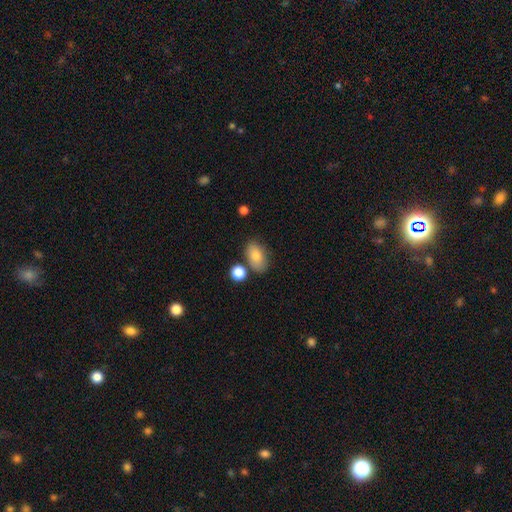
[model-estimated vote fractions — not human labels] Q: Smooth or featured?
A: smooth (80%); runner-up: featured or disk (11%)
Q: How rounded?
A: in between (89%); runner-up: round (8%)
Q: Merging?
A: none (71%); runner-up: minor disturbance (15%)